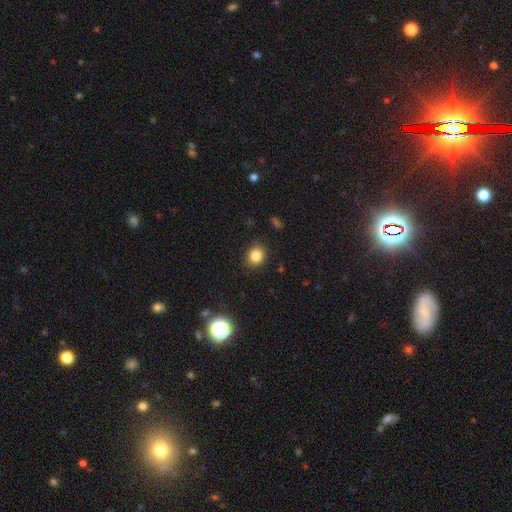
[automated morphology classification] Smooth or featured? smooth (83%)
How rounded? round (73%)
Merging? none (88%)